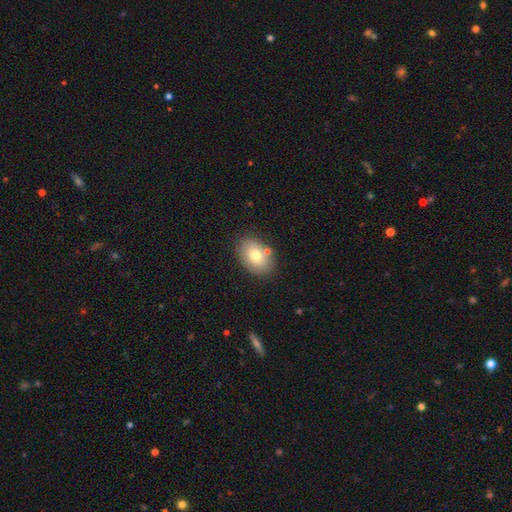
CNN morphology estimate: This is likely a smooth galaxy (74%). How rounded: clearly in between (83%). Merging: likely none (78%).